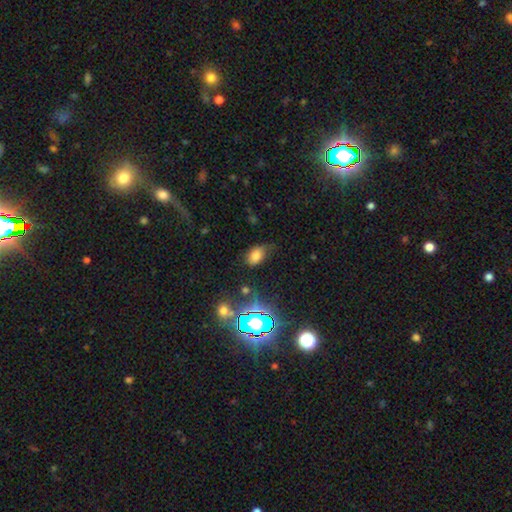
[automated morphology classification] Overall: smooth (71%). How rounded: in between (87%). Merging: none (53%; minor disturbance 32%).